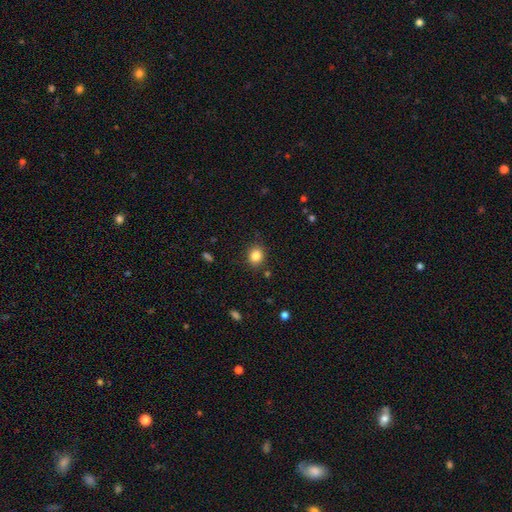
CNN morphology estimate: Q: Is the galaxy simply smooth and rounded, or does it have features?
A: smooth — 85%.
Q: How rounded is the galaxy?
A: round — 69%.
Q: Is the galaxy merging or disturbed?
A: none — 86%.